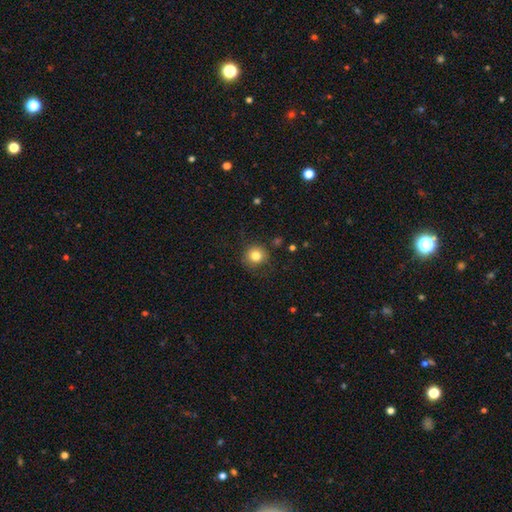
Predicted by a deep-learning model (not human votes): smooth 82%, star or artifact 12%, featured or disk 7%. Down the decision tree: how rounded — round (92%); merging — none (85%).